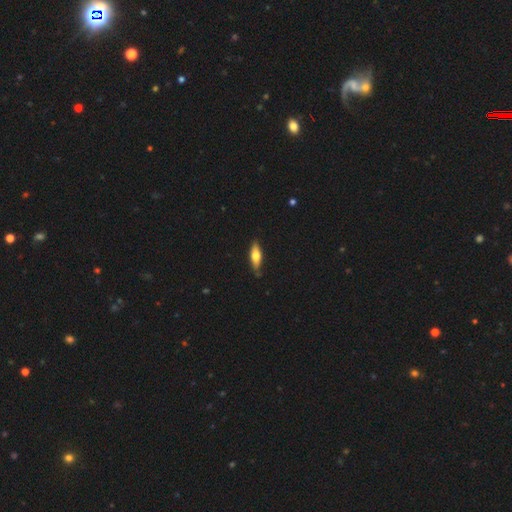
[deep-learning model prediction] The model was most divided on "how rounded": cigar-shaped: 51%, in between: 47%, round: 2%. More confident: merging — none (84%); smooth or featured — smooth (55%).